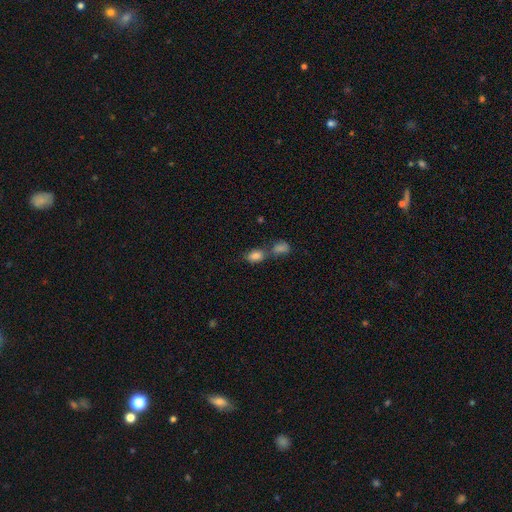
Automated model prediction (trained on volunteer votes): smooth 83%, star or artifact 10%, featured or disk 7%. Down the decision tree: how rounded — in between (87%); merging — merger (48%).